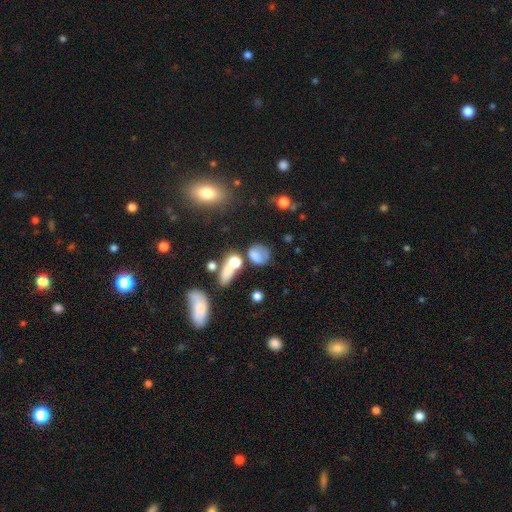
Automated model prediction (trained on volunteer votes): Morphology: type=smooth (66%); roundness=round (50%); merging=none (36%).